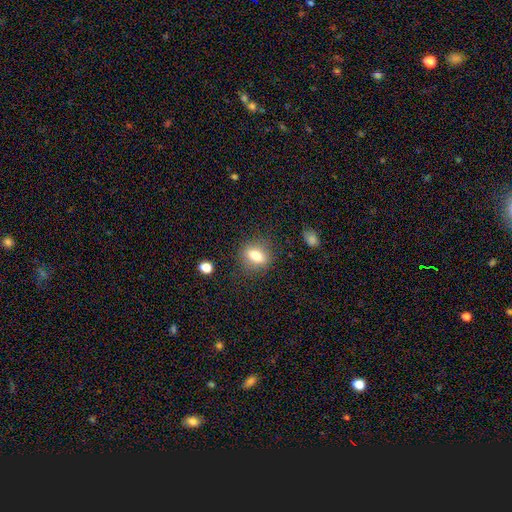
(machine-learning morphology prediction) A smooth galaxy with no disk features (76%) that is in between round and cigar-shaped (62%).

Vote fractions:
- Smooth or featured? smooth: 76% / featured or disk: 15% / star or artifact: 9%
- How rounded? in between: 62% / round: 31% / cigar-shaped: 6%
- Merging? none: 84% / minor disturbance: 11% / major disturbance: 4% / merger: 2%